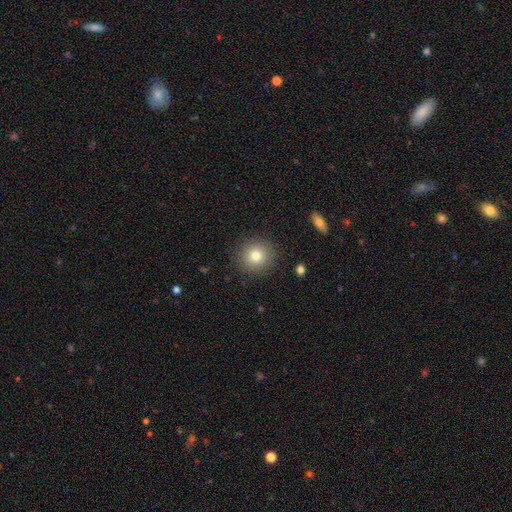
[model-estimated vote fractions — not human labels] smooth-or-featured: smooth: 79% | star or artifact: 12% | featured or disk: 9%
  how-rounded: round: 92% | in between: 7% | cigar-shaped: 1%
  merging: none: 90% | minor disturbance: 7% | major disturbance: 3% | merger: 1%